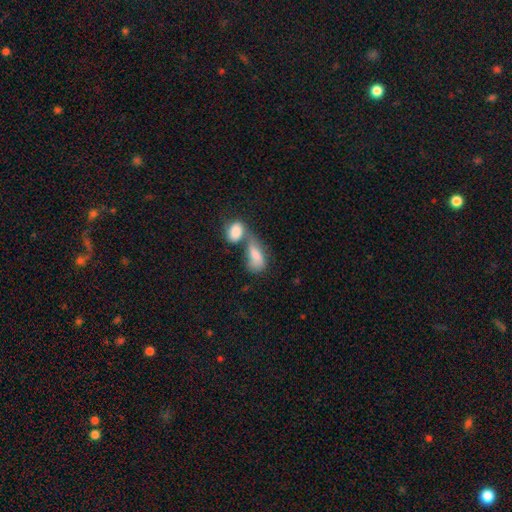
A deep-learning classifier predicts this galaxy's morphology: smooth 76%, featured or disk 16%, star or artifact 8%. Down the decision tree: how rounded — in between (87%); merging — merger (65%).